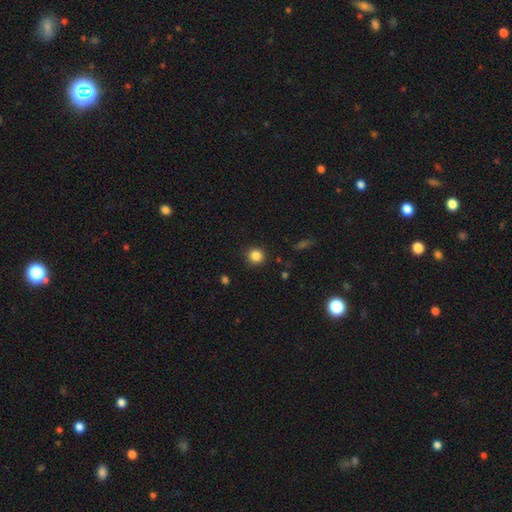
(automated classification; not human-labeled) Smooth or featured? Predicted: smooth (p=0.85). How rounded? Predicted: round (p=0.93). Merging? Predicted: none (p=0.90).